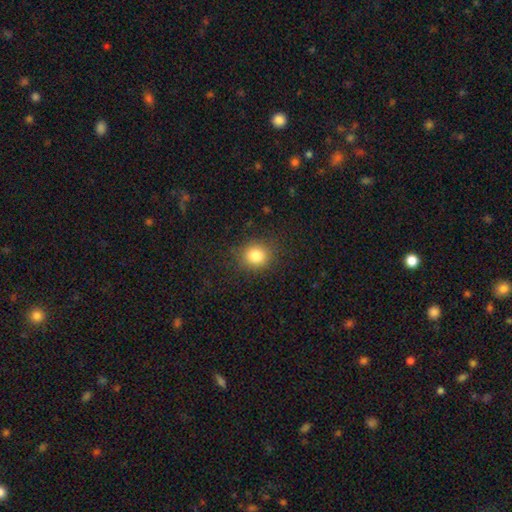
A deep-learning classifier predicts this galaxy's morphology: The model was most divided on "how rounded": round: 81%, in between: 18%, cigar-shaped: 1%. More confident: merging — none (86%); smooth or featured — smooth (82%).